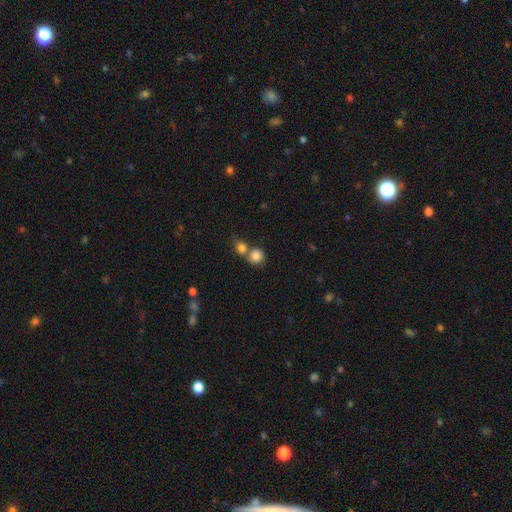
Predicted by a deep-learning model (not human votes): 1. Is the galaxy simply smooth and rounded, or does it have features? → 83% smooth, 10% star or artifact, 7% featured or disk.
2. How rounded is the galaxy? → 87% round, 12% in between, 1% cigar-shaped.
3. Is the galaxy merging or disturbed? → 48% merger, 42% none, 7% minor disturbance, 3% major disturbance.